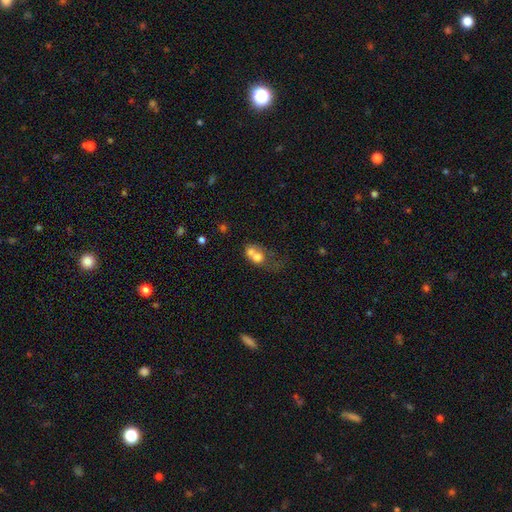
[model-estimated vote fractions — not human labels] This is likely a smooth galaxy (63%). How rounded: possibly round (51%). Merging: likely merger (66%).